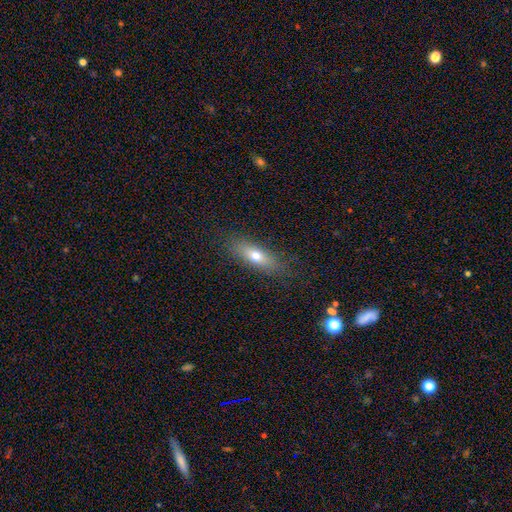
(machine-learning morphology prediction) Smooth or featured? smooth (66%)
How rounded? in between (55%)
Merging? none (85%)